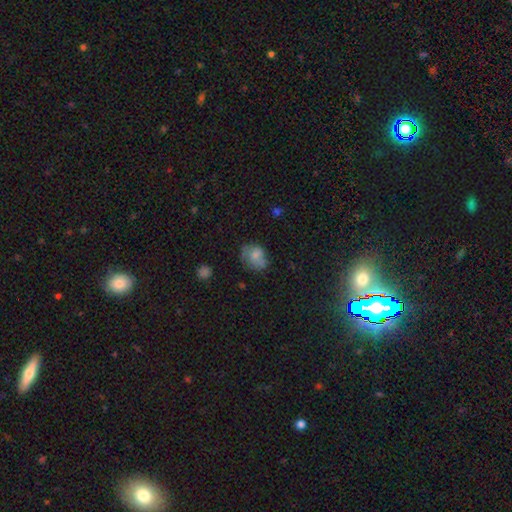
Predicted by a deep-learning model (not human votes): Smooth or featured? Predicted: smooth (p=0.66). How rounded? Predicted: in between (p=0.52). Merging? Predicted: none (p=0.48).